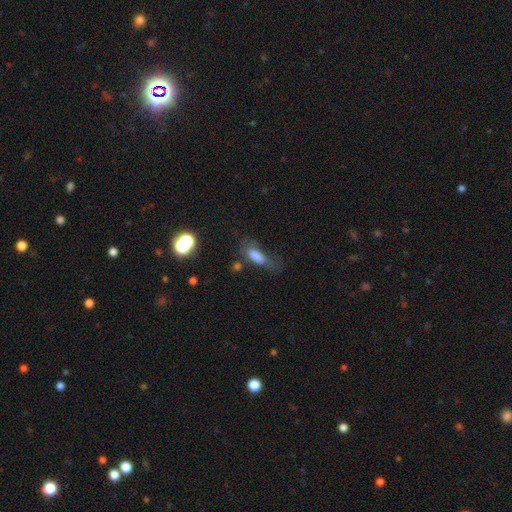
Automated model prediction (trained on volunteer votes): A smooth galaxy with no disk features (71%) that is in between round and cigar-shaped (69%). Merging: none (36%).